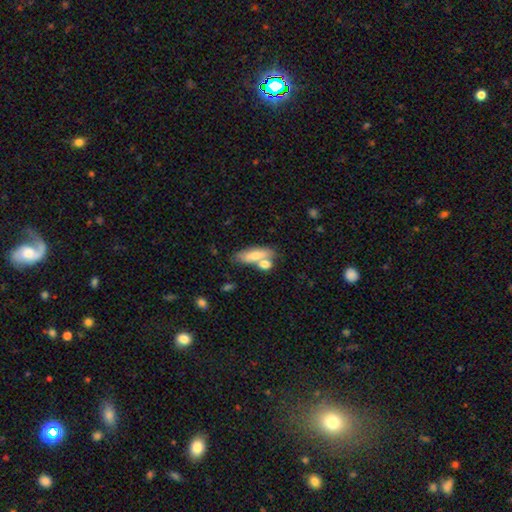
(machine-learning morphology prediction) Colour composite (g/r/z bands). It shows a smooth galaxy with no disk features (66%) that is in between round and cigar-shaped (55%). Merging: none (51%).